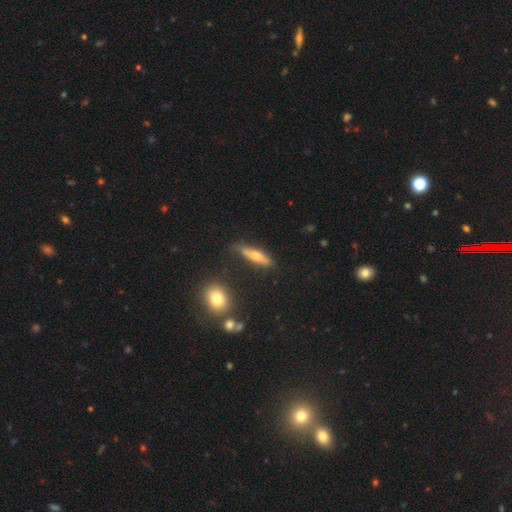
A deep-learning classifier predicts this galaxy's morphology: Smooth or featured? smooth (46%)
Merging? none (73%)